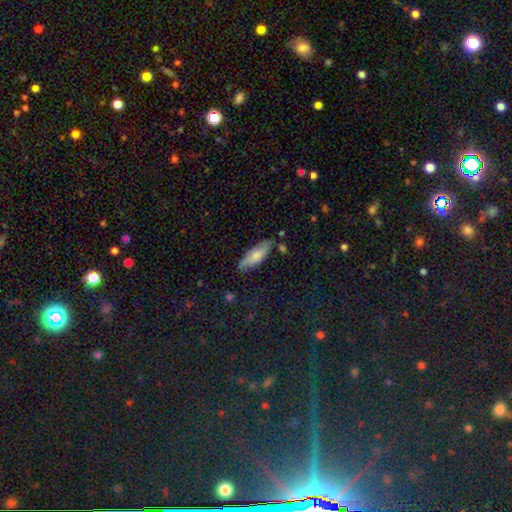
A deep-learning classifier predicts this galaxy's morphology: The model was most divided on "how rounded": in between: 60%, cigar-shaped: 37%, round: 2%. More confident: merging — none (71%); smooth or featured — smooth (68%).